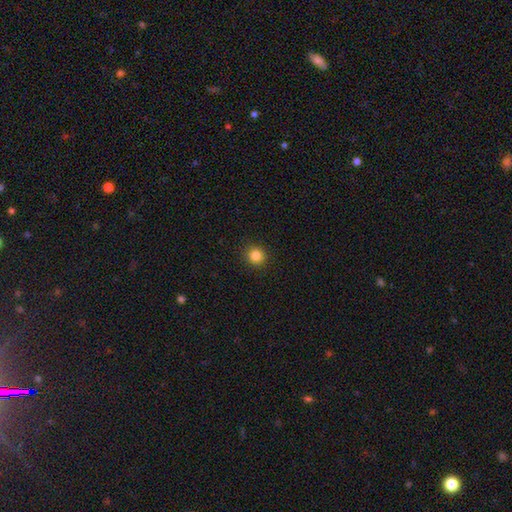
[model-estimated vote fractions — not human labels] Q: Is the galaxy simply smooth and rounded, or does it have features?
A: smooth — 84%.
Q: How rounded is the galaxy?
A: round — 92%.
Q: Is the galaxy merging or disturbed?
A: none — 92%.